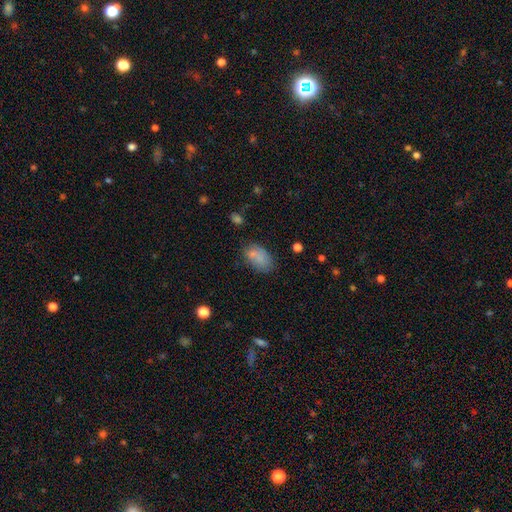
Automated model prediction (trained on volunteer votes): Smooth or featured?
  - smooth: 76% *
  - featured or disk: 12%
  - star or artifact: 12%
How rounded?
  - in between: 91% *
  - round: 7%
  - cigar-shaped: 2%
Merging?
  - none: 62% *
  - minor disturbance: 23%
  - major disturbance: 8%
  - merger: 7%